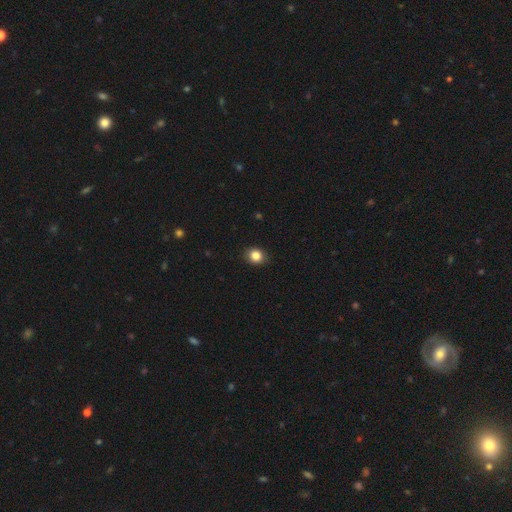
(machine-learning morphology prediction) Overall: smooth (85%). How rounded: round (70%). Merging: none (88%).